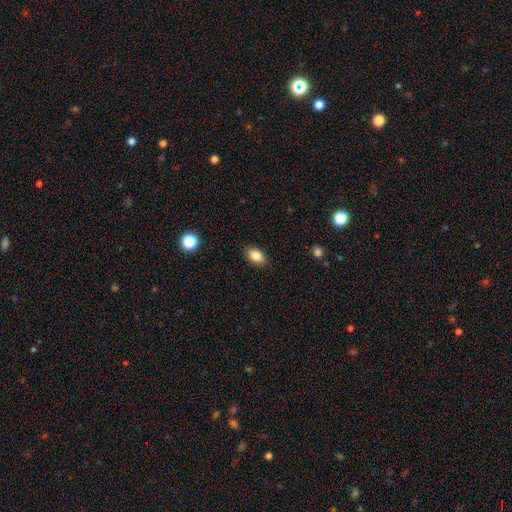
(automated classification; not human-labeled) The model was most divided on "how rounded": in between: 85%, round: 14%, cigar-shaped: 1%. More confident: merging — none (87%); smooth or featured — smooth (84%).